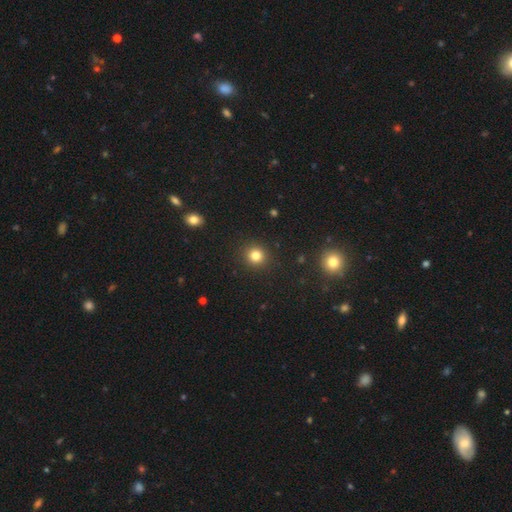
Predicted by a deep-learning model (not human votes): This appears to be a smooth galaxy with no disk features (82%) that is round (90%). Merging: none (91%).